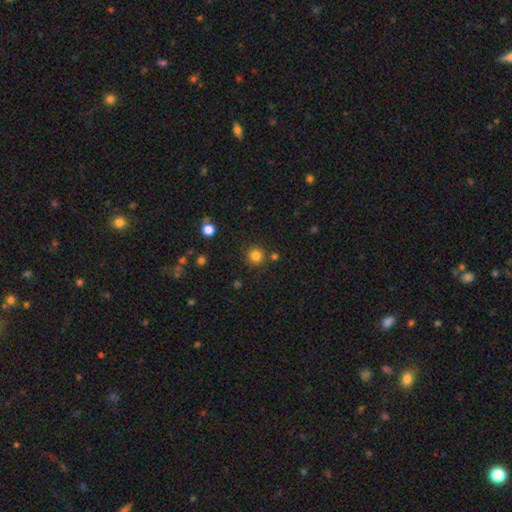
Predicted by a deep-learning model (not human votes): smooth 82%, star or artifact 14%, featured or disk 5%. Down the decision tree: how rounded — round (94%); merging — none (85%).